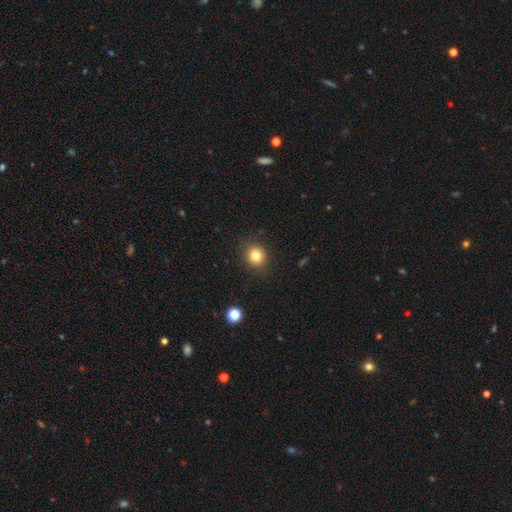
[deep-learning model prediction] This is clearly a smooth galaxy (82%). How rounded: clearly round (83%). Merging: clearly none (88%).